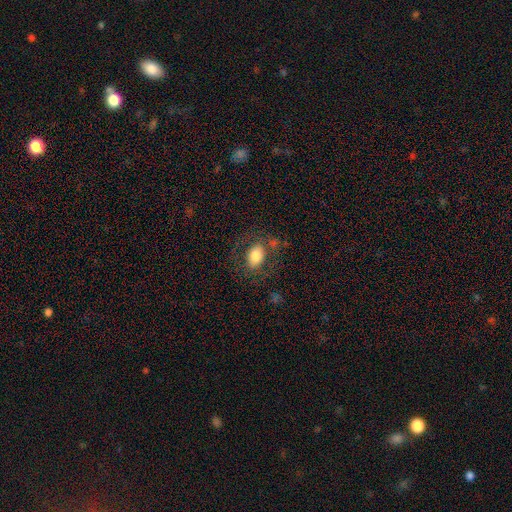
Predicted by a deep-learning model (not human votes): Morphology: type=smooth (74%); roundness=in between (83%); merging=none (70%).